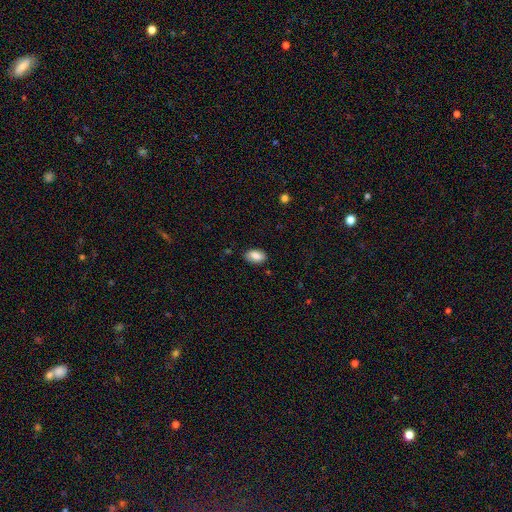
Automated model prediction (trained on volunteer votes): Q: Smooth or featured?
A: smooth (84%); runner-up: featured or disk (9%)
Q: How rounded?
A: in between (92%); runner-up: round (7%)
Q: Merging?
A: none (84%); runner-up: minor disturbance (13%)